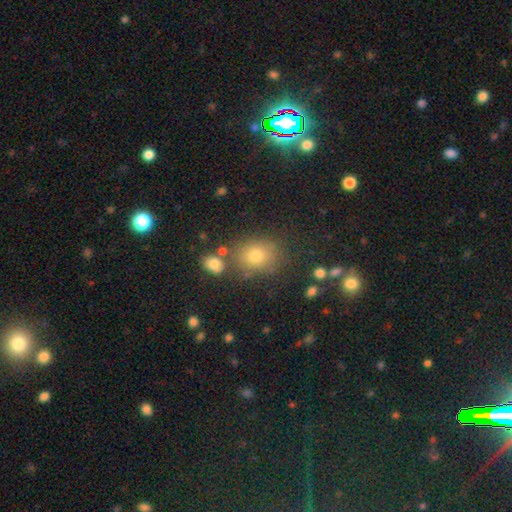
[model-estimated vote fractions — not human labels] smooth 72%, star or artifact 18%, featured or disk 9%. Down the decision tree: how rounded — round (58%); merging — none (76%).